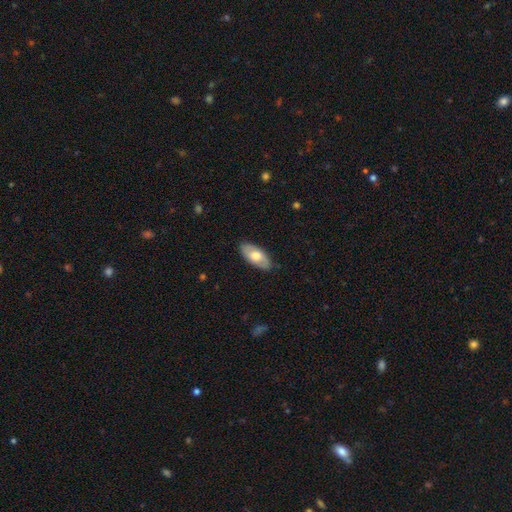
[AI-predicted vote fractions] This appears to be a smooth galaxy with no disk features (61%) that is in between round and cigar-shaped (92%). Merging: none (86%).